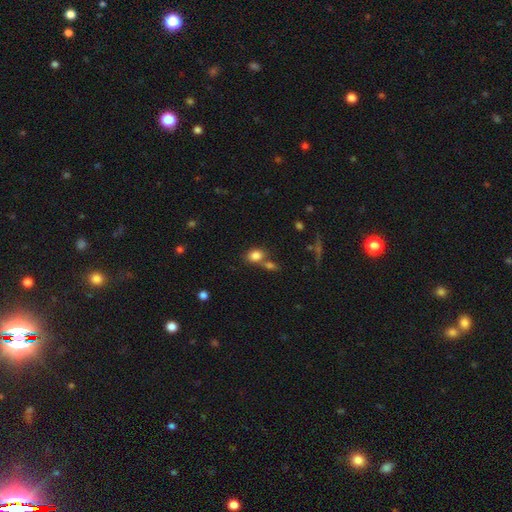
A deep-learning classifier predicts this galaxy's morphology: Smooth or featured?
  - smooth: 82% *
  - star or artifact: 10%
  - featured or disk: 7%
How rounded?
  - in between: 64% *
  - round: 34%
  - cigar-shaped: 2%
Merging?
  - none: 51% *
  - merger: 33%
  - minor disturbance: 12%
  - major disturbance: 5%